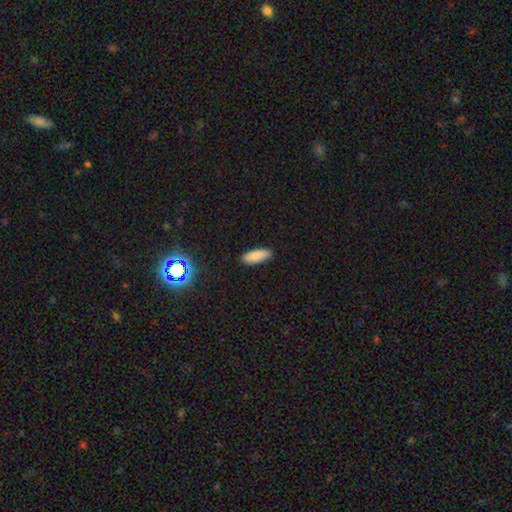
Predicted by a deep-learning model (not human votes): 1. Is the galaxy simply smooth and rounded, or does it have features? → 87% smooth, 8% star or artifact, 5% featured or disk.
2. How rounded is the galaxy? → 74% in between, 24% cigar-shaped, 2% round.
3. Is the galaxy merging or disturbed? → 88% none, 9% minor disturbance, 2% major disturbance, 1% merger.